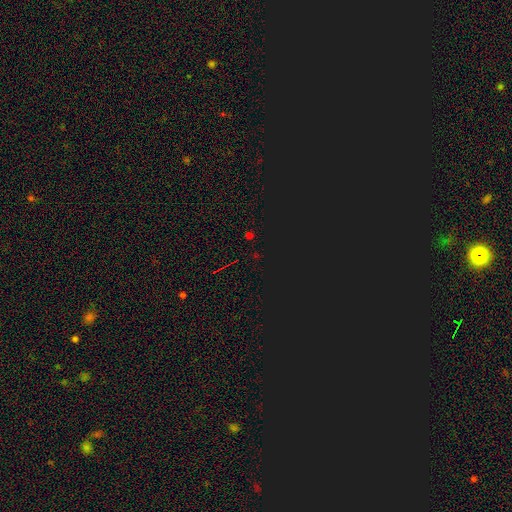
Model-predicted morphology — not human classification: Q: Smooth or featured?
A: star or artifact (76%); runner-up: smooth (18%)